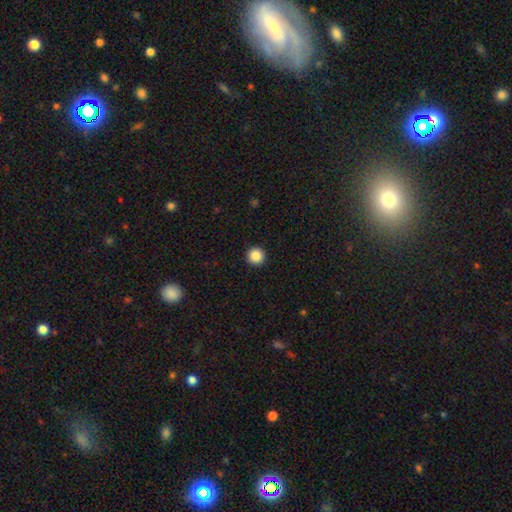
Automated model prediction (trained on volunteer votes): A smooth galaxy with no disk features (88%) that is round (96%). Merging: none (93%).